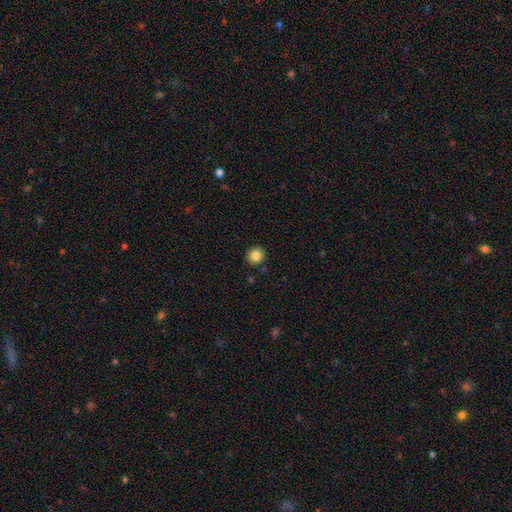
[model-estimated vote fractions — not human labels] Smooth or featured: smooth — 84% (star or artifact — 10%)
How rounded: round — 93% (in between — 6%)
Merging: none — 90% (minor disturbance — 6%)